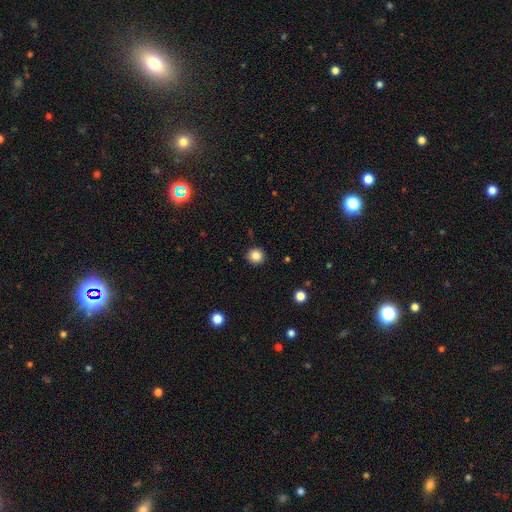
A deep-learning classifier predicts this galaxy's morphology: type=smooth (86%); roundness=round (95%); merging=none (91%).